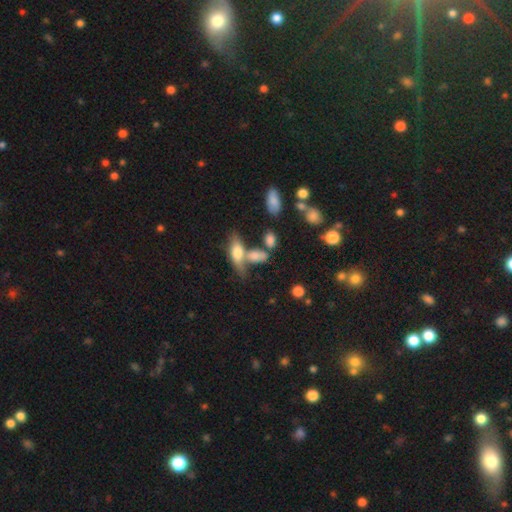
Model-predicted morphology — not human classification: The model was most divided on "merging": merger: 46%, none: 30%, minor disturbance: 14%, major disturbance: 10%. More confident: how rounded — in between (77%); smooth or featured — smooth (68%).